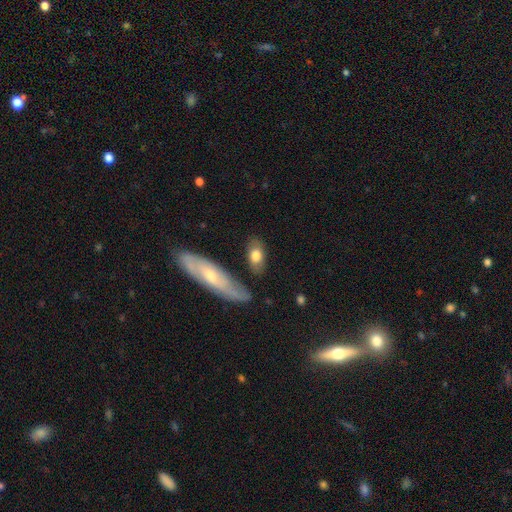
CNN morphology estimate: Overall: smooth (73%). How rounded: in between (83%). Merging: none (73%).